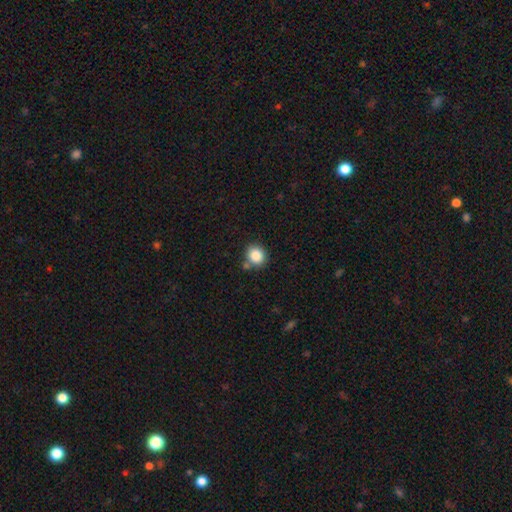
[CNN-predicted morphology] Smooth or featured? Predicted: smooth (p=0.85). How rounded? Predicted: round (p=0.83). Merging? Predicted: none (p=0.75).